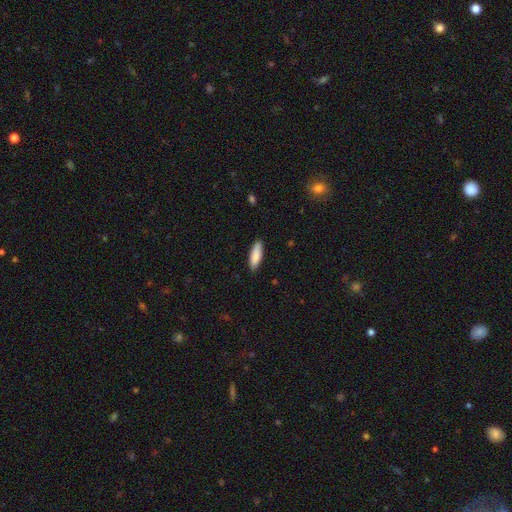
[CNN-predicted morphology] Smooth or featured? Predicted: smooth (p=0.87). How rounded? Predicted: in between (p=0.55). Merging? Predicted: none (p=0.87).